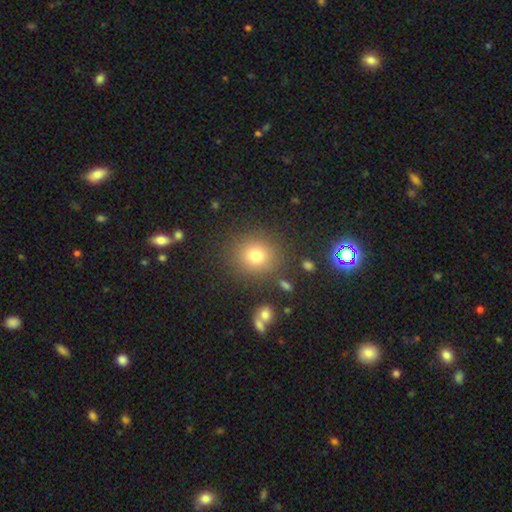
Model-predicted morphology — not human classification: type=smooth (75%); roundness=round (87%); merging=none (86%).